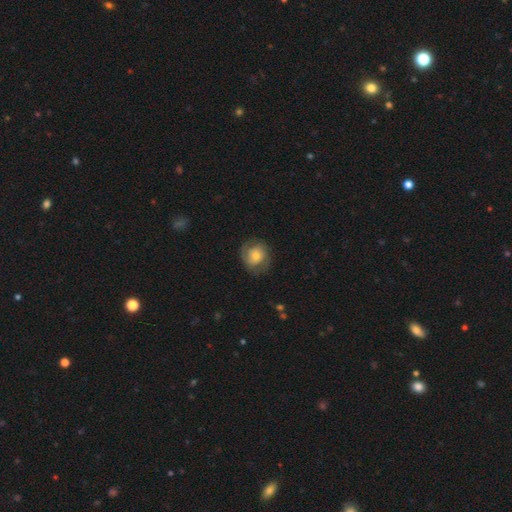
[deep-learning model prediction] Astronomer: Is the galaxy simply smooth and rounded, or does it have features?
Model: smooth — 47% (runner-up: featured or disk, 45%).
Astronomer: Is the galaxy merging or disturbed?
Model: none — 68%.